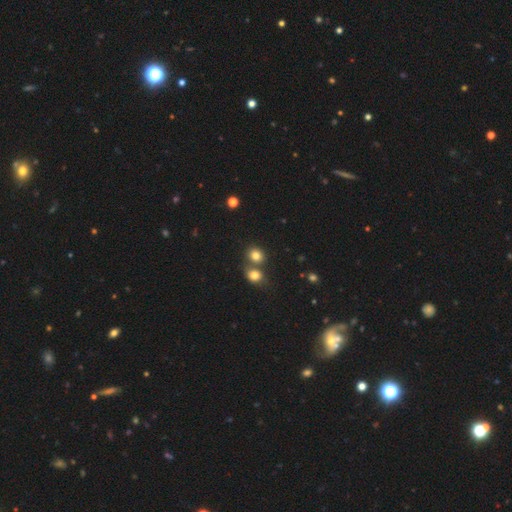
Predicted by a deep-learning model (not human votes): Smooth or featured? Predicted: smooth (p=0.80). How rounded? Predicted: round (p=0.69). Merging? Predicted: none (p=0.49).